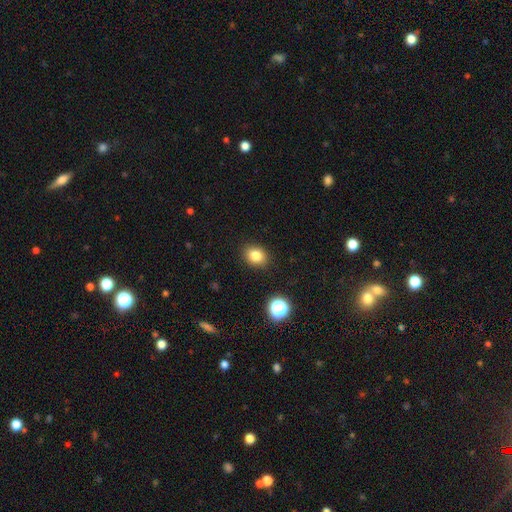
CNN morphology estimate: A smooth galaxy with no disk features (82%) that is round (53%). Merging: none (89%).